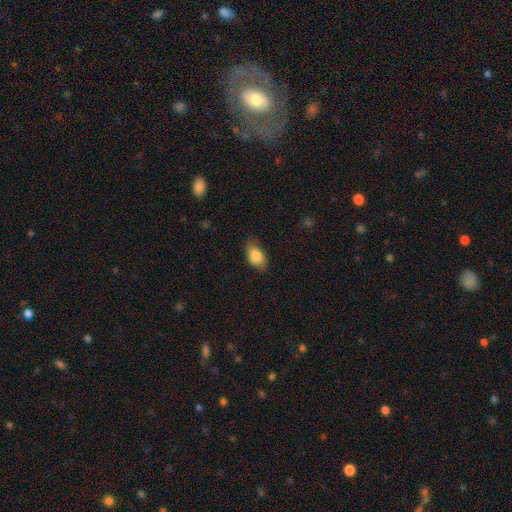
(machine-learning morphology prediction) This is clearly a smooth galaxy (84%). How rounded: clearly in between (92%). Merging: likely none (76%).